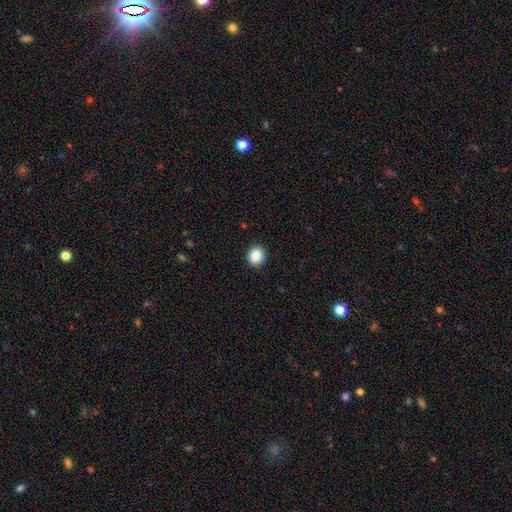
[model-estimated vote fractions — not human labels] Smooth or featured? smooth (88%)
How rounded? round (73%)
Merging? none (92%)